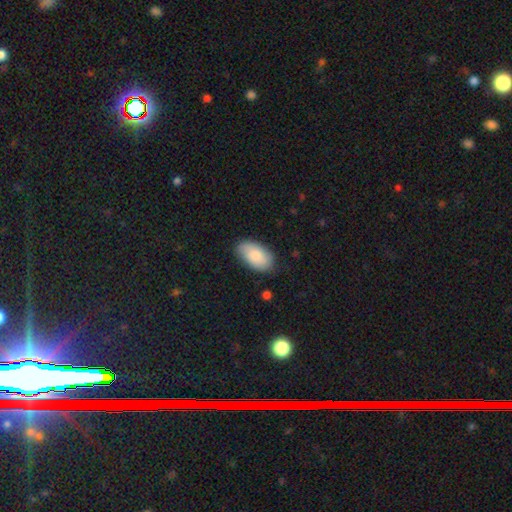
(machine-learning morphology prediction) The model was most divided on "merging": none: 78%, minor disturbance: 17%, major disturbance: 3%, merger: 1%. More confident: how rounded — in between (95%); smooth or featured — smooth (81%).